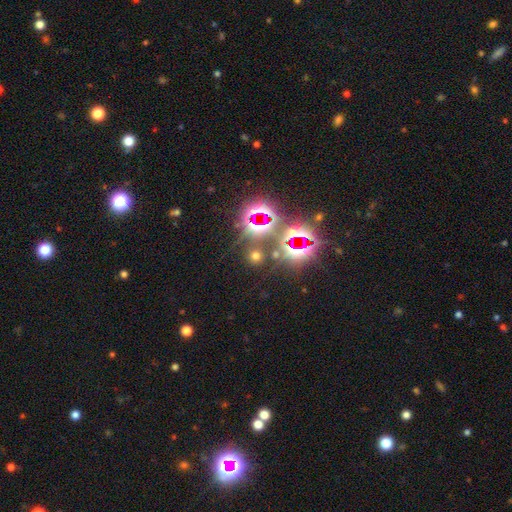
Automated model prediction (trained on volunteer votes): Smooth or featured: smooth — 48% (star or artifact — 44%)
Merging: none — 79% (minor disturbance — 9%)